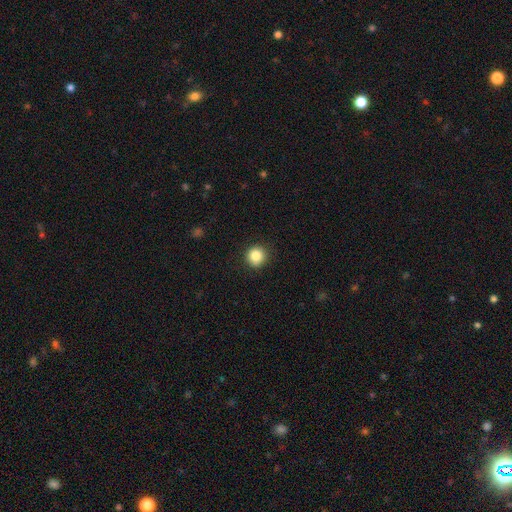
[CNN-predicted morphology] smooth_or_featured: smooth (p=0.85) [alt: star or artifact p=0.10]
how_rounded: round (p=0.93) [alt: in between p=0.06]
merging: none (p=0.91) [alt: minor disturbance p=0.06]